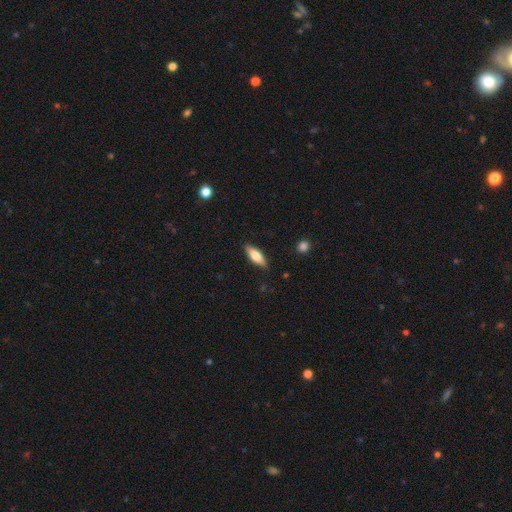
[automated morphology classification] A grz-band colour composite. It shows a smooth galaxy with no disk features (68%) that is in between round and cigar-shaped (57%). Merging: none (86%).